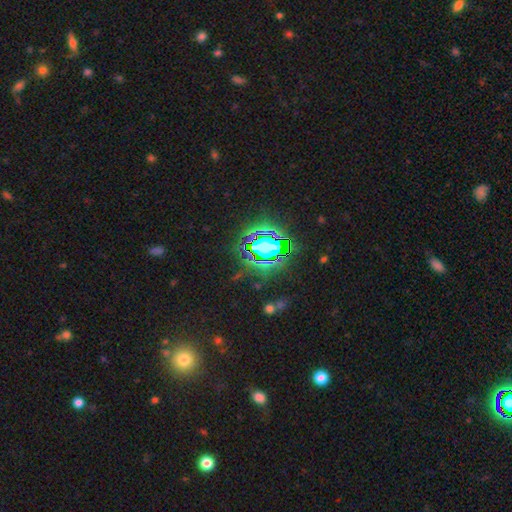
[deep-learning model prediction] smooth-or-featured: star or artifact: 73% | smooth: 17% | featured or disk: 11%